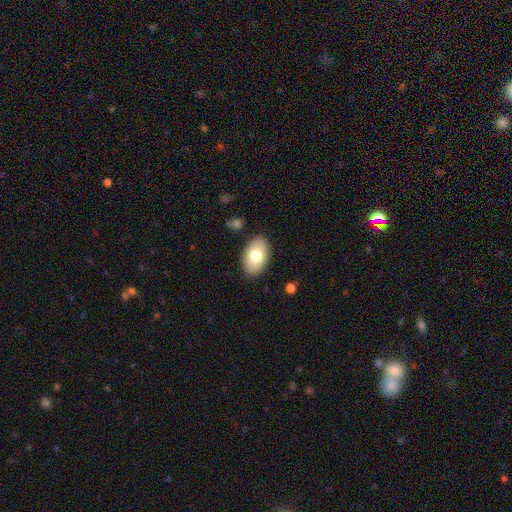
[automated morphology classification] Overall: smooth (75%). How rounded: in between (91%). Merging: none (88%).